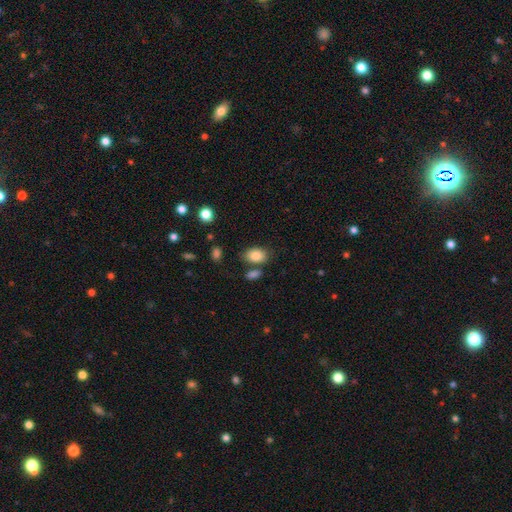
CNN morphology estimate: This appears to be a smooth galaxy with no disk features (84%) that is in between round and cigar-shaped (86%). Merging: none (69%).